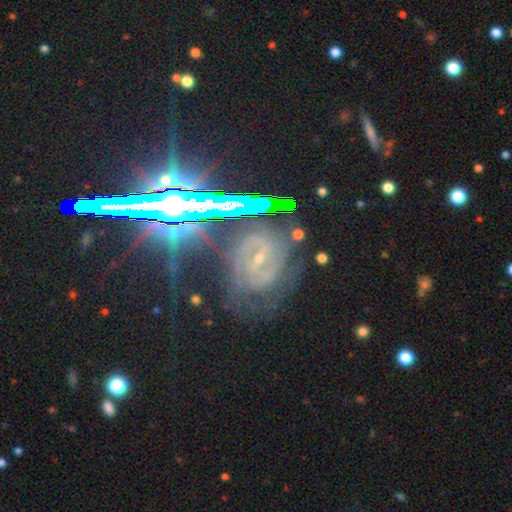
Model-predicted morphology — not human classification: Smooth or featured? Predicted: featured or disk (p=0.61). Edge-on disk? Predicted: no (p=0.89). Bar? Predicted: no (p=0.39). Spiral arms? Predicted: yes (p=0.92). Spiral winding? Predicted: tight (p=0.70). Spiral arm count? Predicted: can't tell (p=0.35). Bulge size? Predicted: small (p=0.73). Merging? Predicted: none (p=0.70).